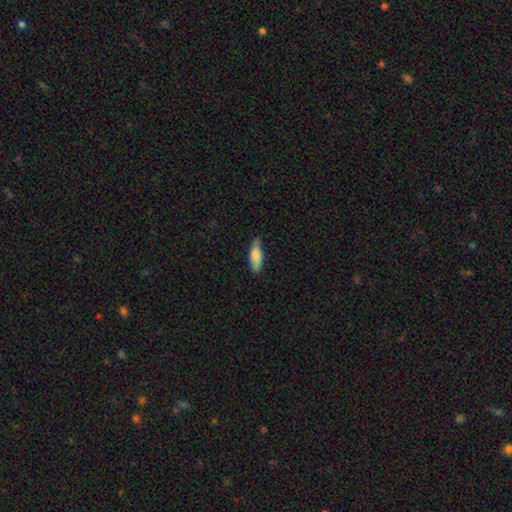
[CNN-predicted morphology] This is clearly a smooth galaxy (80%). How rounded: likely in between (63%). Merging: likely none (73%).